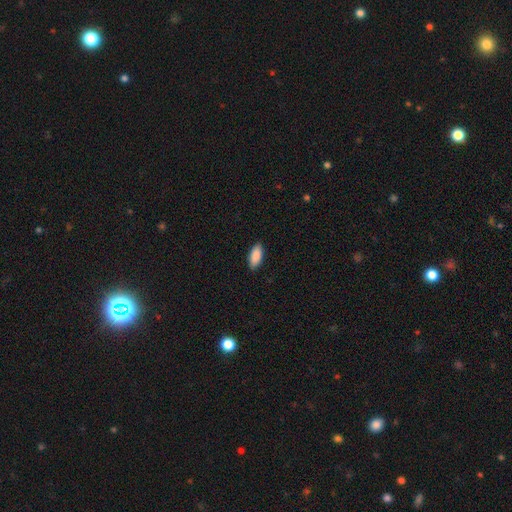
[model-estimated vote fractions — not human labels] The model was most divided on "how rounded": in between: 88%, cigar-shaped: 10%, round: 2%. More confident: smooth or featured — smooth (90%); merging — none (89%).